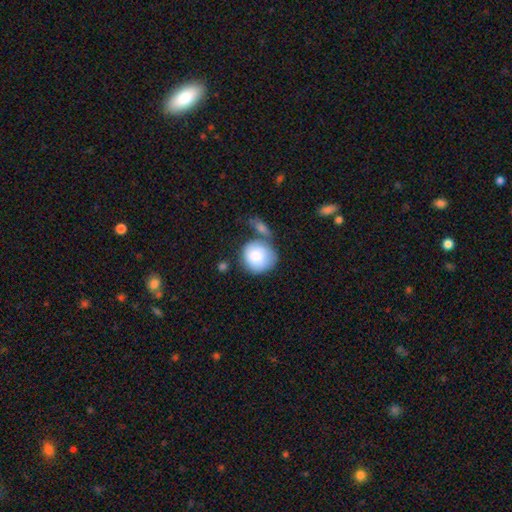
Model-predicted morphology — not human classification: This appears to be a smooth galaxy with no disk features (80%) that is round (86%). Merging: none (43%).